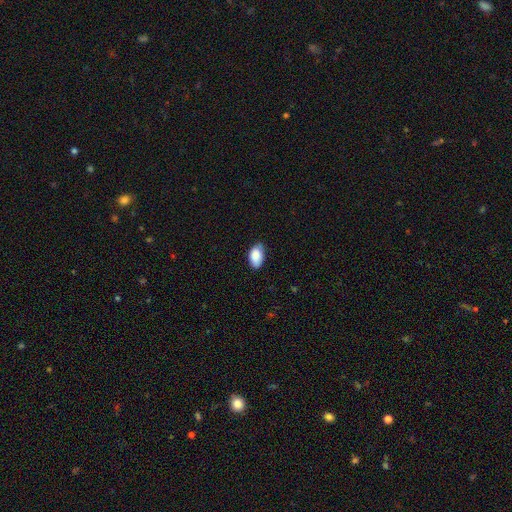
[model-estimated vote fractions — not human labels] smooth_or_featured: smooth (p=0.88) [alt: star or artifact p=0.07]
how_rounded: in between (p=0.93) [alt: round p=0.05]
merging: none (p=0.69) [alt: minor disturbance p=0.27]